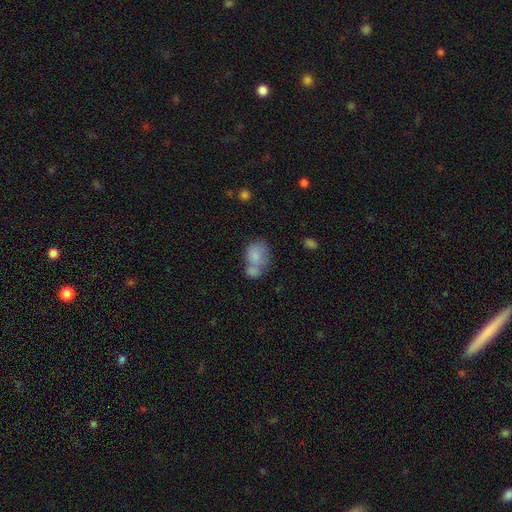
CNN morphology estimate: Smooth or featured: smooth — 76% (featured or disk — 16%)
How rounded: in between — 67% (round — 31%)
Merging: merger — 54% (none — 24%)